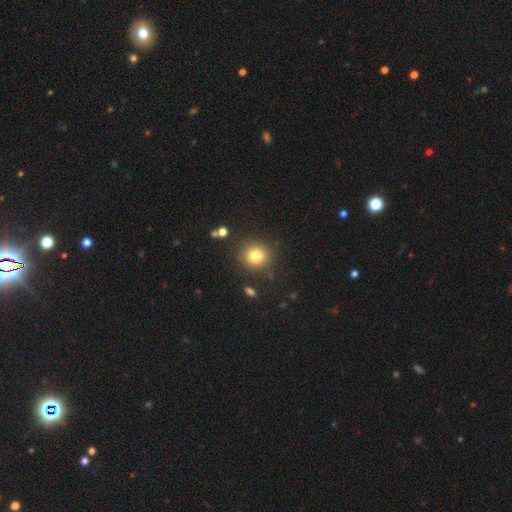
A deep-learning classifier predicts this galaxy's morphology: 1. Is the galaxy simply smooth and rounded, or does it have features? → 80% smooth, 13% star or artifact, 8% featured or disk.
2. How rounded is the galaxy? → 88% round, 11% in between, 1% cigar-shaped.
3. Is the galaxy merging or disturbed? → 86% none, 8% minor disturbance, 3% merger, 3% major disturbance.